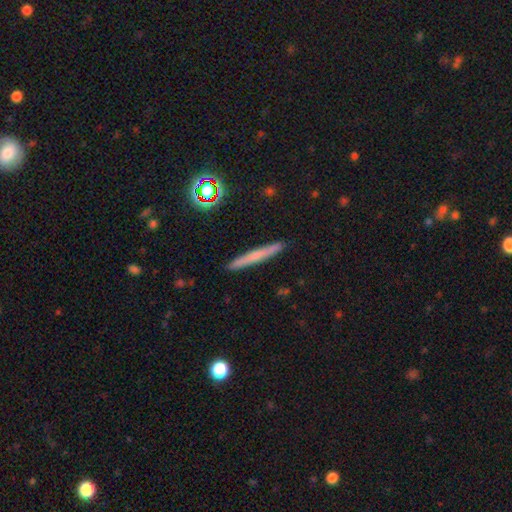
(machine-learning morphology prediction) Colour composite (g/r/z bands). It shows a smooth galaxy with no disk features (55%) that is cigar-shaped (95%). Merging: none (91%).